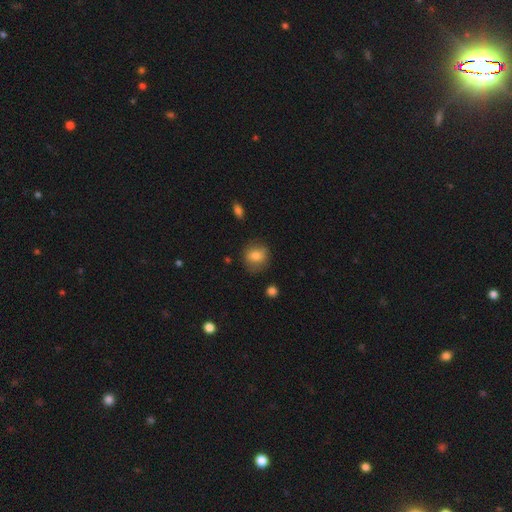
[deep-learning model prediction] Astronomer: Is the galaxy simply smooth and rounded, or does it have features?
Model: smooth — 77%.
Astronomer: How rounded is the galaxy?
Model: round — 74%.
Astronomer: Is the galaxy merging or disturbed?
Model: none — 77%.